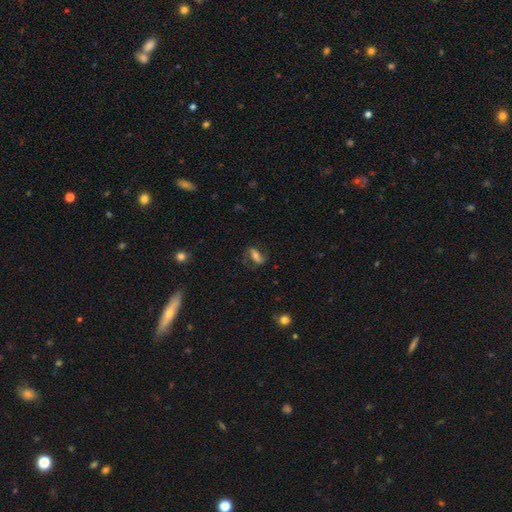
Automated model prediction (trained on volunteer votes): featured or disk 57%, smooth 33%, star or artifact 9%. Down the decision tree: edge-on disk — no (92%); bar — strong (44%); spiral arms — yes (85%); bulge size — moderate (45%); merging — none (65%).